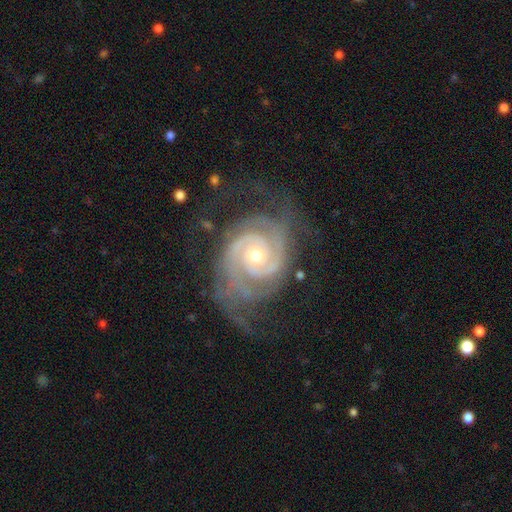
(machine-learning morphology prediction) A featured or disk galaxy (93%) with no bar (71%), 2 (64%) tight (70%) spiral arms (99%) and a moderate central bulge (51%).

Vote fractions:
- Smooth or featured? featured or disk: 93% / star or artifact: 4% / smooth: 3%
- Edge-on disk? no: 98% / yes: 2%
- Bar? no: 71% / weak: 22% / strong: 7%
- Spiral arms? yes: 99% / no: 1%
- Spiral winding? tight: 70% / medium: 26% / loose: 4%
- Spiral arm count? 2: 64% / 3: 16% / can't tell: 8% / 4: 5% / more than 4: 4% / 1: 4%
- Bulge size? moderate: 51% / small: 45% / large: 2% / none: 1% / dominant: 1%
- Merging? none: 63% / minor disturbance: 20% / major disturbance: 15% / merger: 2%